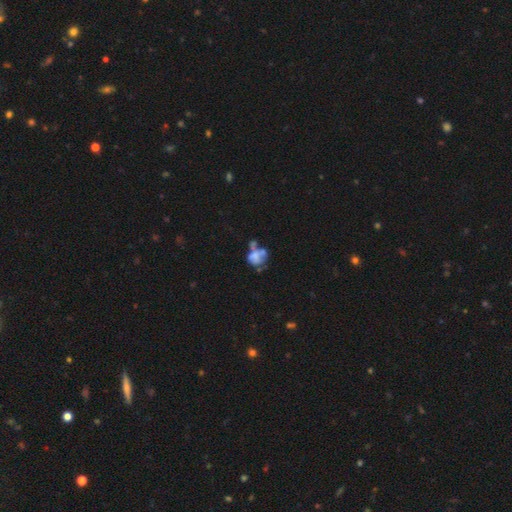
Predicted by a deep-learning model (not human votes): Smooth or featured?
  - smooth: 46% *
  - featured or disk: 42%
  - star or artifact: 12%
Merging?
  - merger: 38% *
  - none: 23%
  - major disturbance: 21%
  - minor disturbance: 18%